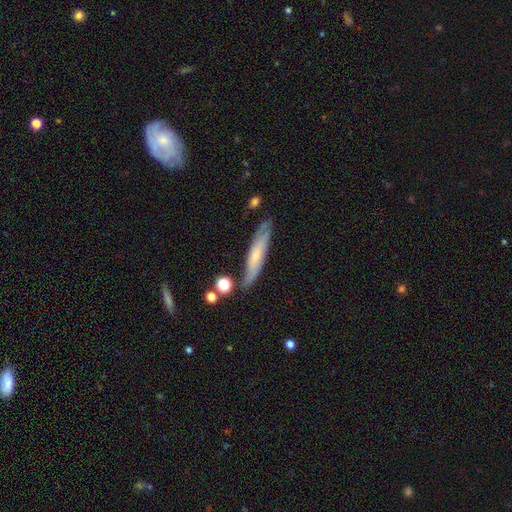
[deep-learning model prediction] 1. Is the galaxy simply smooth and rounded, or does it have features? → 55% featured or disk, 38% smooth, 7% star or artifact.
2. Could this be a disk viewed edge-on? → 59% yes, 41% no.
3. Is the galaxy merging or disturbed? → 73% none, 18% minor disturbance, 4% major disturbance, 4% merger.